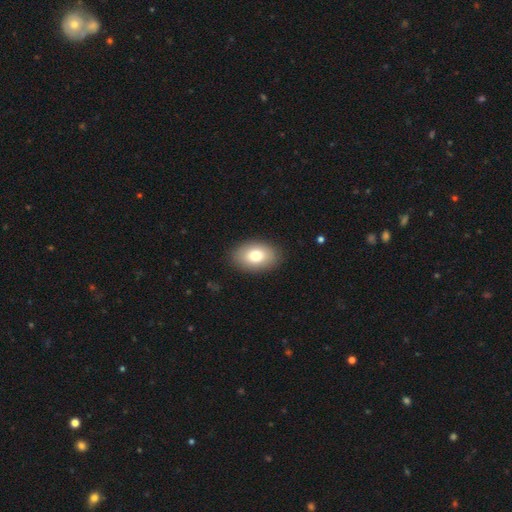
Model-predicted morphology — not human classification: This appears to be a smooth galaxy with no disk features (78%) that is in between round and cigar-shaped (87%). Merging: none (88%).